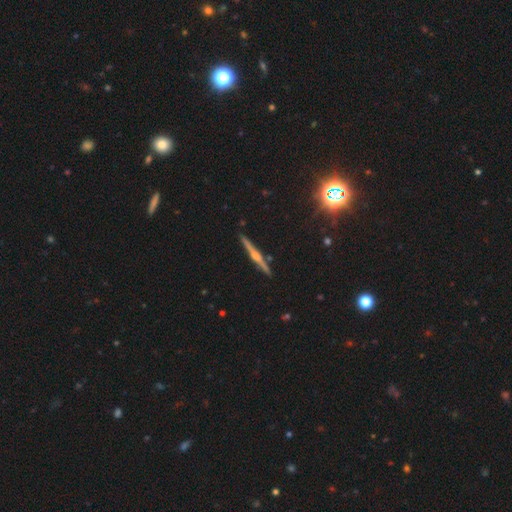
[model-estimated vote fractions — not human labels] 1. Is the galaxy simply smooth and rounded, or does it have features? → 78% featured or disk, 14% smooth, 7% star or artifact.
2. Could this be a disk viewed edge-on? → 98% yes, 2% no.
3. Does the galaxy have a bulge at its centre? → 84% rounded, 8% boxy, 8% none.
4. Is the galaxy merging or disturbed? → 91% none, 6% minor disturbance, 1% merger, 1% major disturbance.